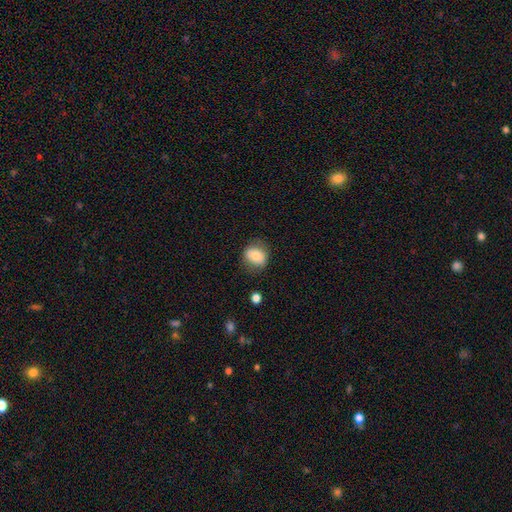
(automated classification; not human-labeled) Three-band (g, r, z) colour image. It shows a smooth galaxy with no disk features (77%) that is round (57%). Merging: none (74%).